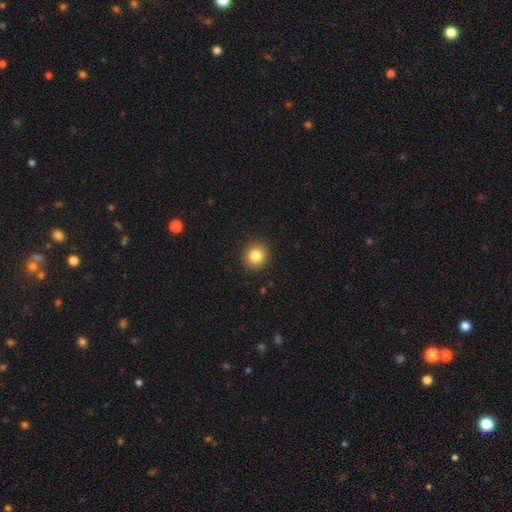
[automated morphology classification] Smooth or featured? Predicted: smooth (p=0.84). How rounded? Predicted: round (p=0.90). Merging? Predicted: none (p=0.92).